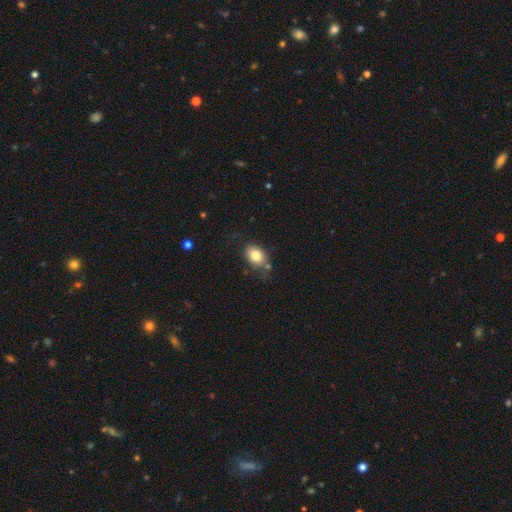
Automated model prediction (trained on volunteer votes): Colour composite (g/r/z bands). It shows a smooth galaxy with no disk features (81%) that is in between round and cigar-shaped (70%). Merging: none (68%).